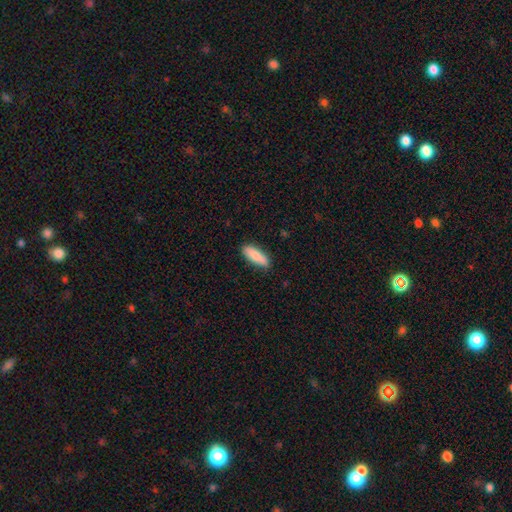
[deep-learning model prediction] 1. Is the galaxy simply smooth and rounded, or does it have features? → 86% smooth, 9% featured or disk, 6% star or artifact.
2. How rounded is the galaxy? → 58% in between, 40% cigar-shaped, 2% round.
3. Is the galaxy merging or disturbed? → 87% none, 10% minor disturbance, 2% major disturbance, 1% merger.